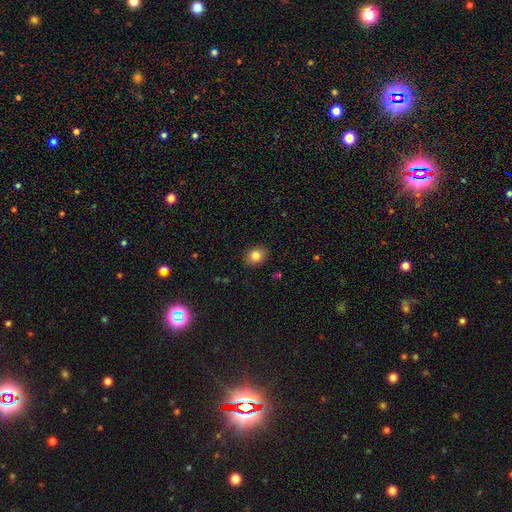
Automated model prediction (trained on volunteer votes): Smooth or featured? smooth (83%)
How rounded? in between (56%)
Merging? none (87%)